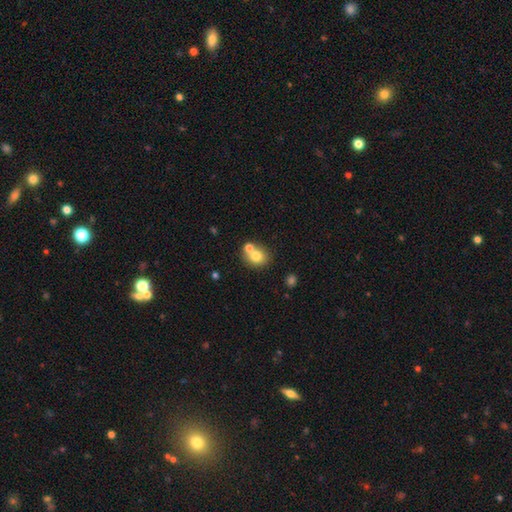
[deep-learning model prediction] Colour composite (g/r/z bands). It shows a smooth galaxy with no disk features (75%) that is round (74%). Merging: none (54%).